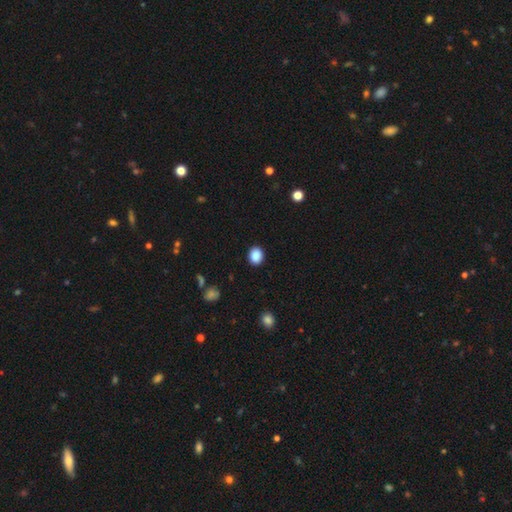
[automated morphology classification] Smooth or featured?
  - smooth: 89% *
  - star or artifact: 9%
  - featured or disk: 3%
How rounded?
  - round: 57% *
  - in between: 42%
  - cigar-shaped: 1%
Merging?
  - none: 90% *
  - minor disturbance: 7%
  - major disturbance: 2%
  - merger: 1%